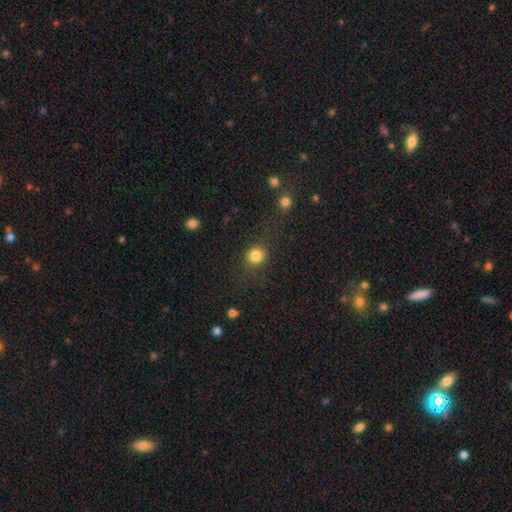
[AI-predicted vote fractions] Smooth or featured? Predicted: smooth (p=0.83). How rounded? Predicted: round (p=0.86). Merging? Predicted: none (p=0.79).